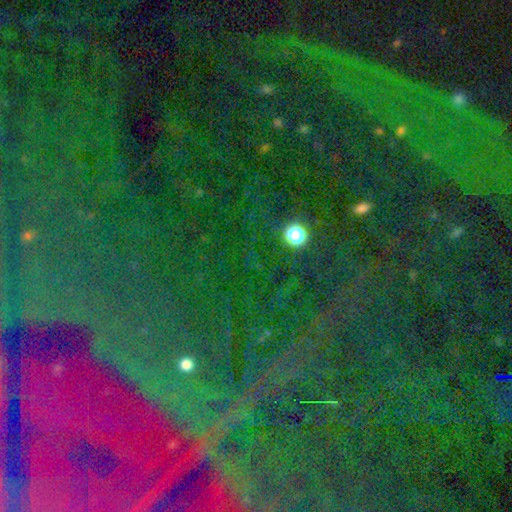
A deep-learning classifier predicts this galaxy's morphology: Smooth or featured: star or artifact — 77% (smooth — 14%)